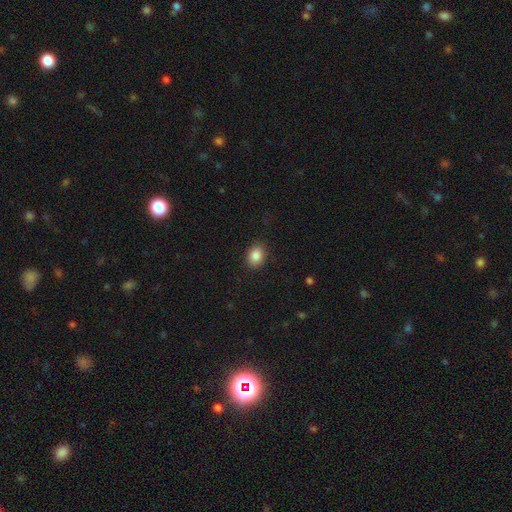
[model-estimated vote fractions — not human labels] smooth 87%, star or artifact 9%, featured or disk 4%. Down the decision tree: how rounded — in between (59%); merging — none (88%).